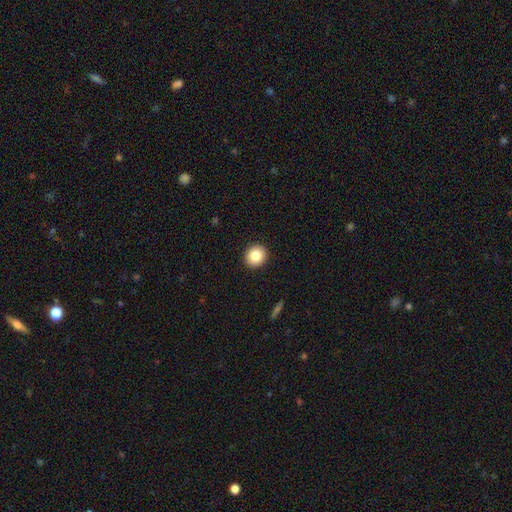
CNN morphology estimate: The model was most divided on "how rounded": round: 85%, in between: 14%, cigar-shaped: 1%. More confident: merging — none (92%); smooth or featured — smooth (84%).